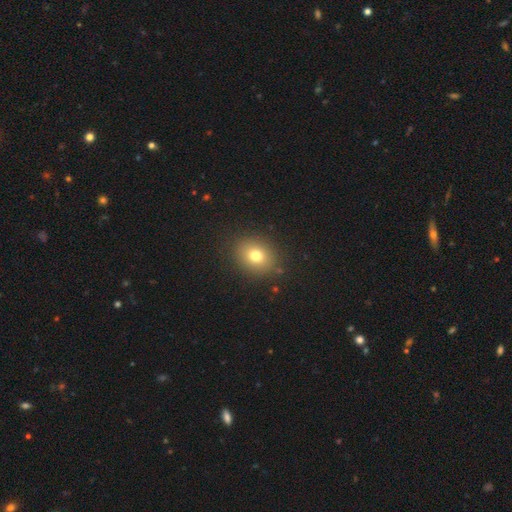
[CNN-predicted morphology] A smooth galaxy with no disk features (76%) that is round (56%). Merging: none (87%).